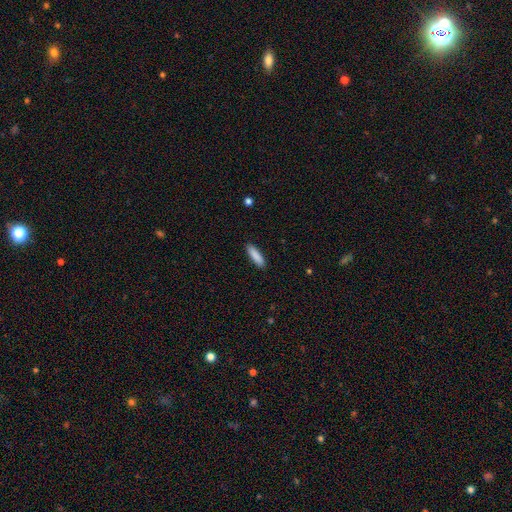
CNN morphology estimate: Overall: smooth (89%). How rounded: cigar-shaped (68%; in between 31%). Merging: none (91%).